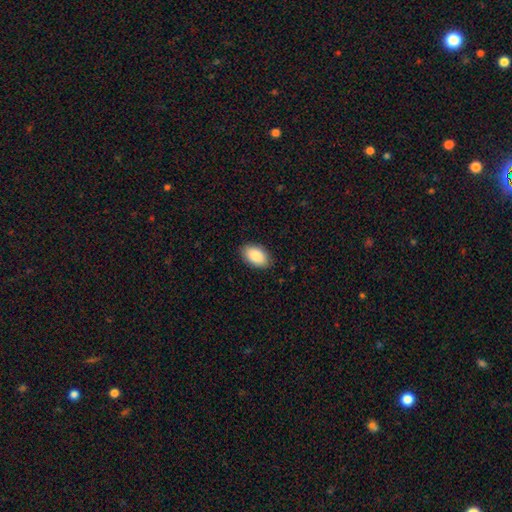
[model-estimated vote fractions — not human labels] This is clearly a smooth galaxy (89%). How rounded: clearly in between (94%). Merging: clearly none (88%).